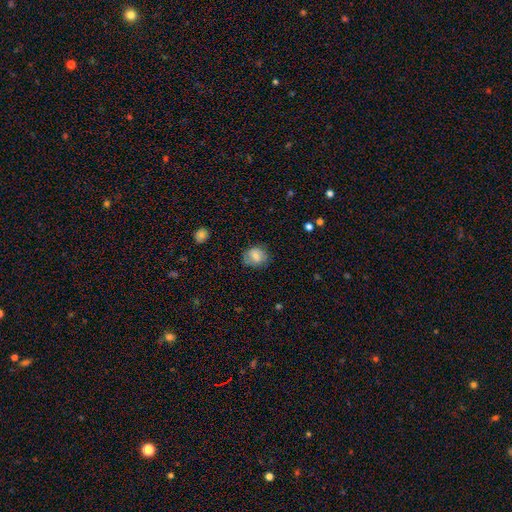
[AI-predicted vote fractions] smooth_or_featured: smooth (p=0.72) [alt: featured or disk p=0.19]
how_rounded: round (p=0.65) [alt: in between p=0.34]
merging: none (p=0.74) [alt: minor disturbance p=0.19]